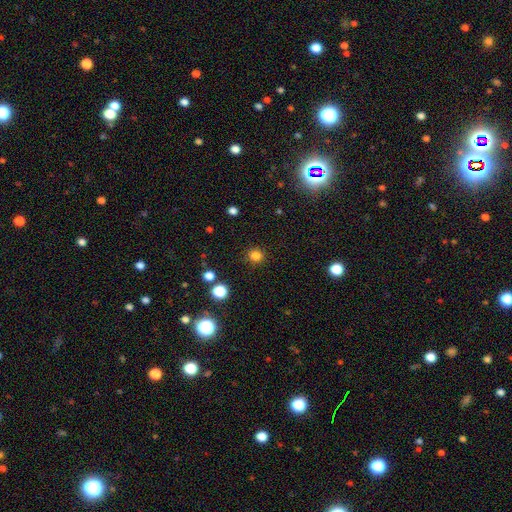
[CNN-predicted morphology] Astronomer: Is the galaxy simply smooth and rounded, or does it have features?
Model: smooth — 81%.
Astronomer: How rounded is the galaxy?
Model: round — 91%.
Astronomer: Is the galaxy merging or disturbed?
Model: none — 90%.